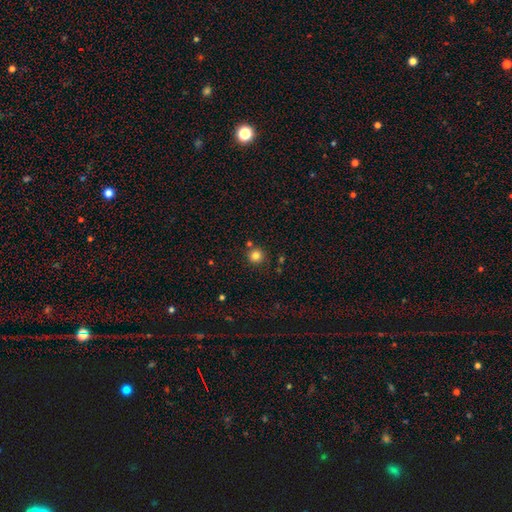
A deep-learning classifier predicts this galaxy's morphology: type=smooth (81%); roundness=round (94%); merging=none (83%).